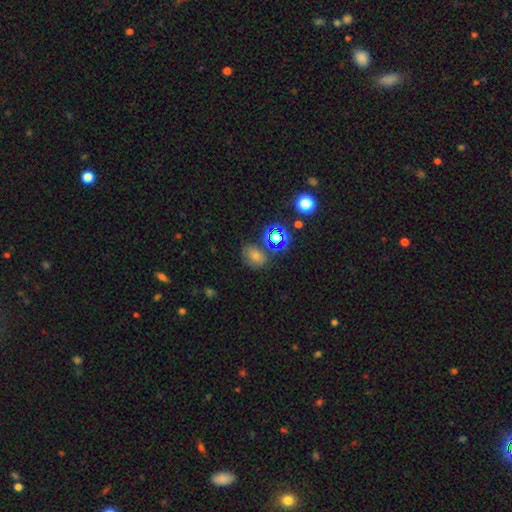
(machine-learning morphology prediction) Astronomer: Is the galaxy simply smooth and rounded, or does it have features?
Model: smooth — 46% (runner-up: star or artifact, 39%).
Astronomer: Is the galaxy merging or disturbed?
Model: none — 74%.